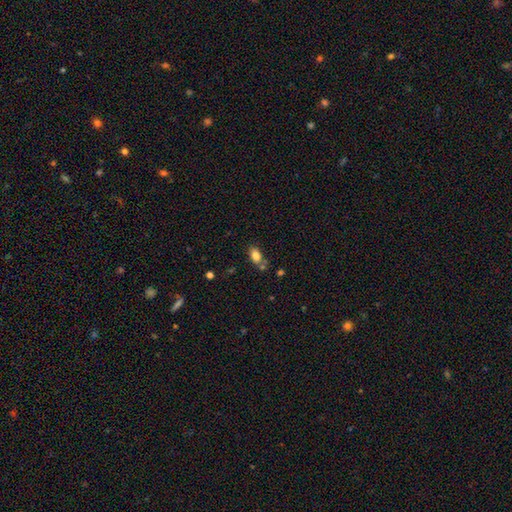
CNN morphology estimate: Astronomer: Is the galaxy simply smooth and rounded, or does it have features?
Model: smooth — 82%.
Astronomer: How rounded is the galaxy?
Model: in between — 89%.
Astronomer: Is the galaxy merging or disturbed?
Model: none — 62%.